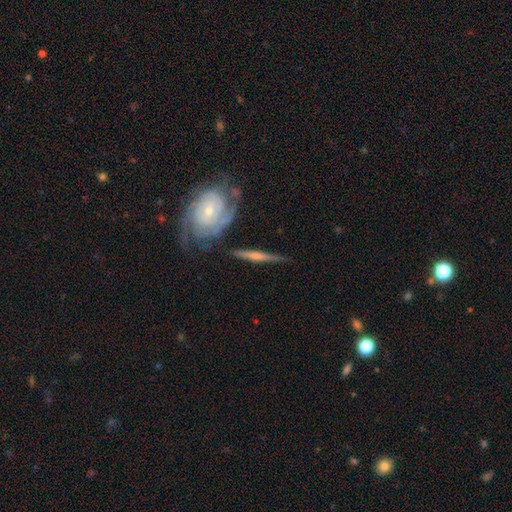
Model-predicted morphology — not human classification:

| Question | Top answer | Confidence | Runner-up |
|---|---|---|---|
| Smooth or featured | featured or disk | 74% | smooth (16%) |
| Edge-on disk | no | 54% | yes (46%) |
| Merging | none | 71% | minor disturbance (15%) |